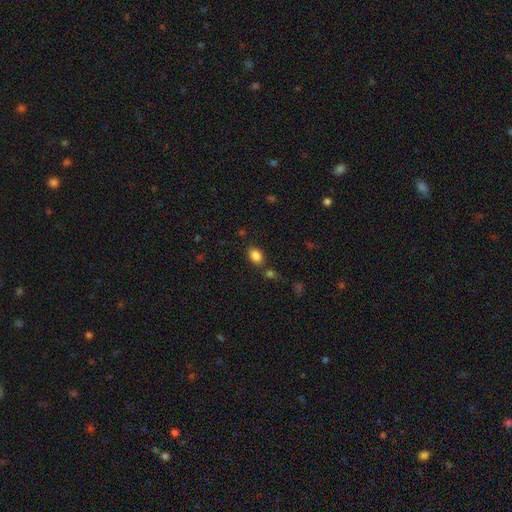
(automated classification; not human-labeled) Overall: smooth (85%). How rounded: in between (80%). Merging: none (75%).